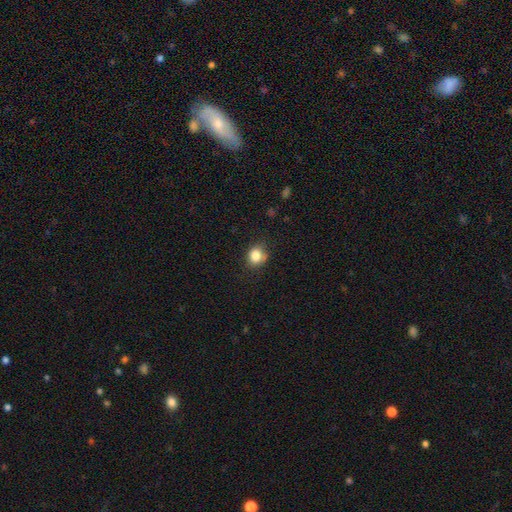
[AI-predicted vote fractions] smooth 83%, star or artifact 11%, featured or disk 6%. Down the decision tree: how rounded — round (67%); merging — none (74%).